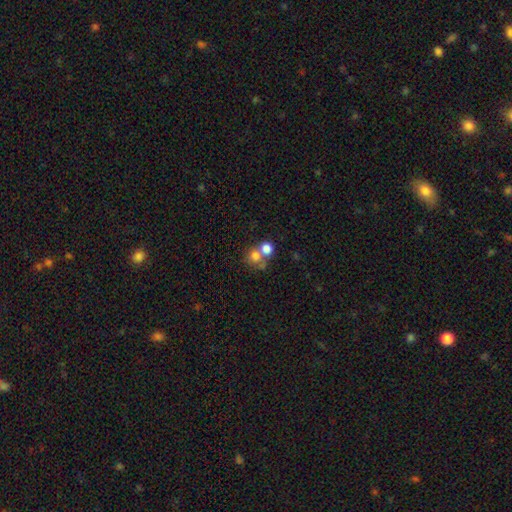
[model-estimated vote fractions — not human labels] Q: Smooth or featured?
A: smooth (74%); runner-up: star or artifact (13%)
Q: How rounded?
A: round (85%); runner-up: in between (14%)
Q: Merging?
A: merger (47%); runner-up: none (42%)